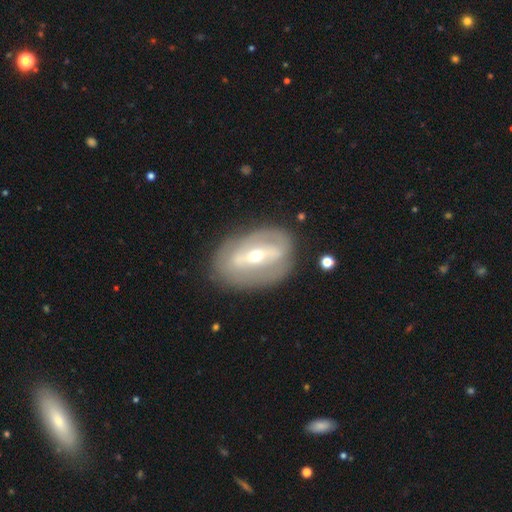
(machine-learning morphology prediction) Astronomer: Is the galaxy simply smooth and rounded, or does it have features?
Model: featured or disk — 74%.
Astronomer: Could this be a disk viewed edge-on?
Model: no — 89%.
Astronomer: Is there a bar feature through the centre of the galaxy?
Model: strong — 61%.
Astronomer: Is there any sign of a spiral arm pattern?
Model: no — 56% (runner-up: yes, 44%).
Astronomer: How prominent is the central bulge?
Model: moderate — 48%, tied with small at 48%.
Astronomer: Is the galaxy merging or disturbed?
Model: none — 79%.